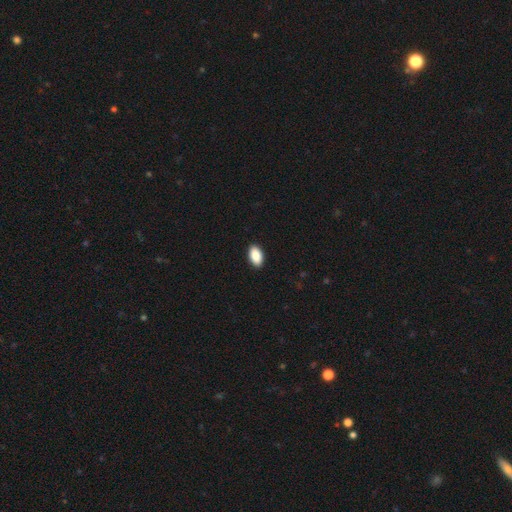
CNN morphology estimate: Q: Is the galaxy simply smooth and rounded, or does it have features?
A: smooth — 90%.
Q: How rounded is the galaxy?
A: in between — 95%.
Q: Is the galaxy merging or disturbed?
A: none — 91%.